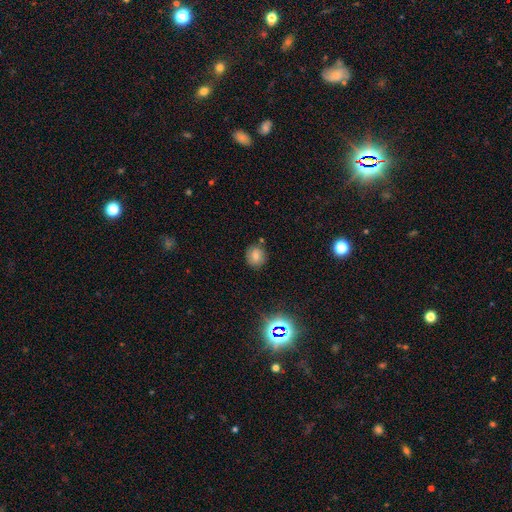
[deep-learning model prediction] Overall: smooth (68%). How rounded: round (87%). Merging: none (82%).